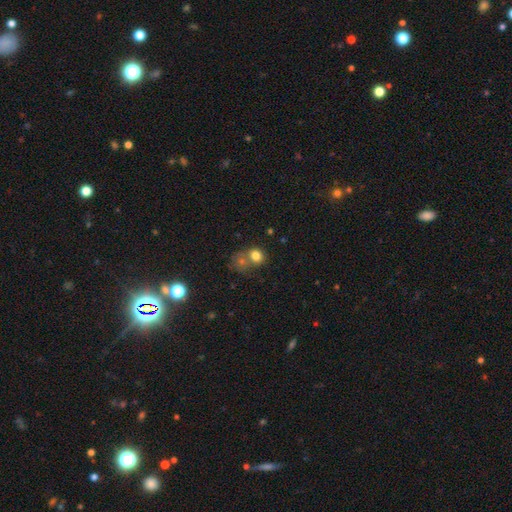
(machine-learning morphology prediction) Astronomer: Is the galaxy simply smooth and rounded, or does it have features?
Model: smooth — 77%.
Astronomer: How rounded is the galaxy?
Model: round — 69%.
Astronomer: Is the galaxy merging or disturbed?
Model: merger — 43% (runner-up: none, 41%).